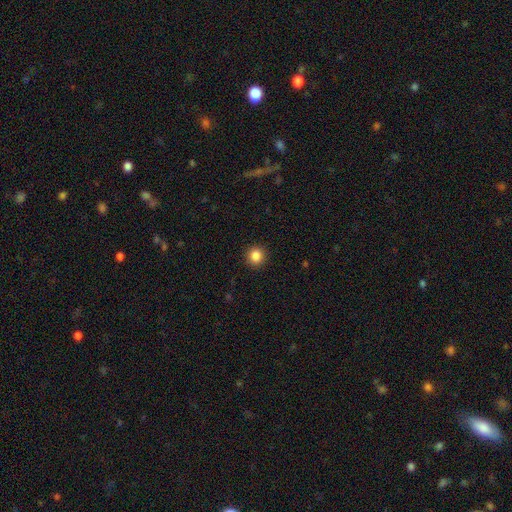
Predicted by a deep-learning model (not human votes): Smooth or featured? smooth (86%)
How rounded? round (91%)
Merging? none (92%)